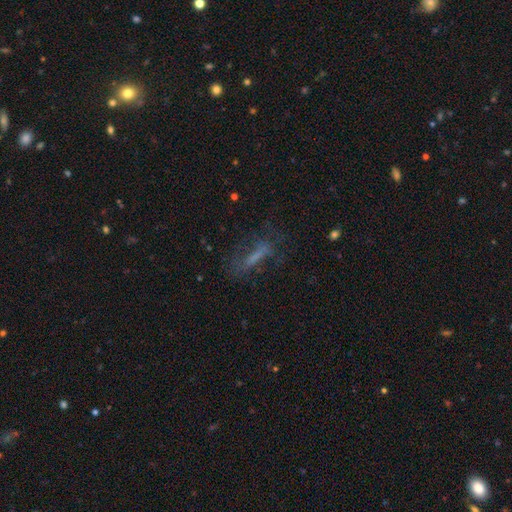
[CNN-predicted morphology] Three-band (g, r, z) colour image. It shows a smooth galaxy with no disk features (42%). Merging: none (57%).